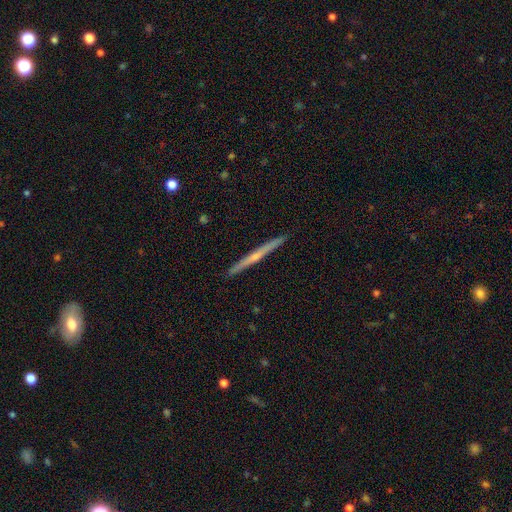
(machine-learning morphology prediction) The model was most divided on "edge-on bulge": rounded: 54%, none: 42%, boxy: 4%. More confident: edge-on disk — yes (98%); merging — none (93%); smooth or featured — featured or disk (68%).